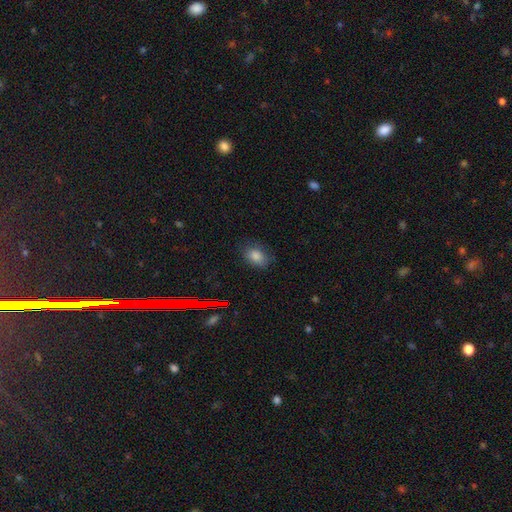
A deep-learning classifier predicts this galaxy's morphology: smooth_or_featured: smooth (p=0.80) [alt: star or artifact p=0.13]
how_rounded: in between (p=0.74) [alt: round p=0.24]
merging: none (p=0.78) [alt: minor disturbance p=0.17]